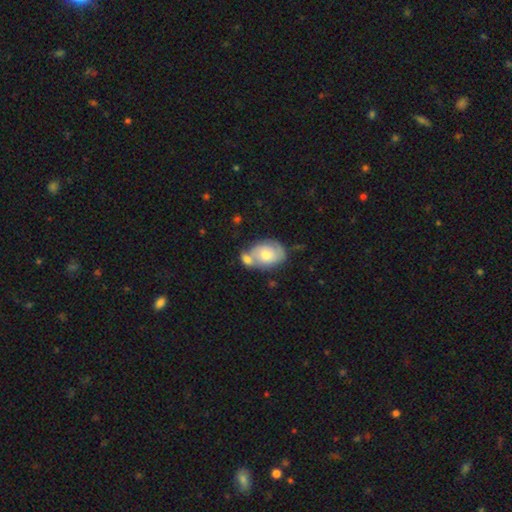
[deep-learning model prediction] Smooth or featured? Predicted: smooth (p=0.47). Merging? Predicted: merger (p=0.39, tied with none).